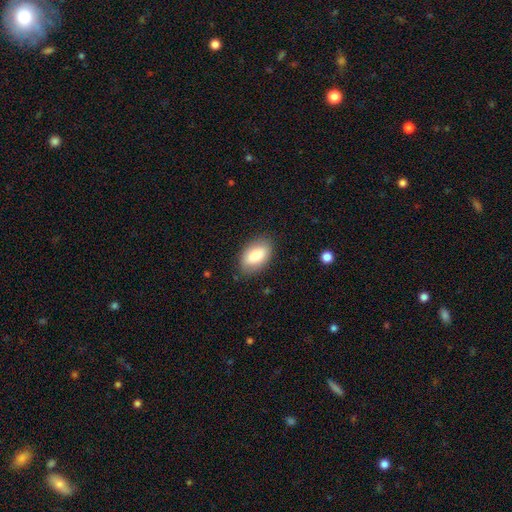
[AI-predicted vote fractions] A smooth galaxy with no disk features (82%) that is in between round and cigar-shaped (92%). Merging: none (83%).